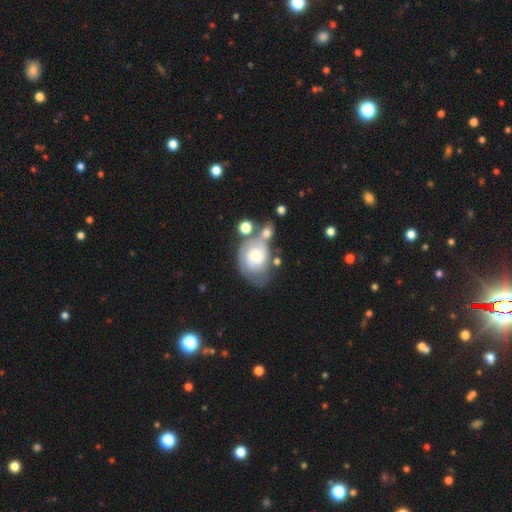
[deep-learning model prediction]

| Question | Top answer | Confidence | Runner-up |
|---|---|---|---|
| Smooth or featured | featured or disk | 54% | smooth (38%) |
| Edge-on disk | no | 97% | yes (3%) |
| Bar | no | 78% | weak (19%) |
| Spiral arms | yes | 74% | no (26%) |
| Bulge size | moderate | 29% | large (28%) |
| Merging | none | 35% | merger (23%) |